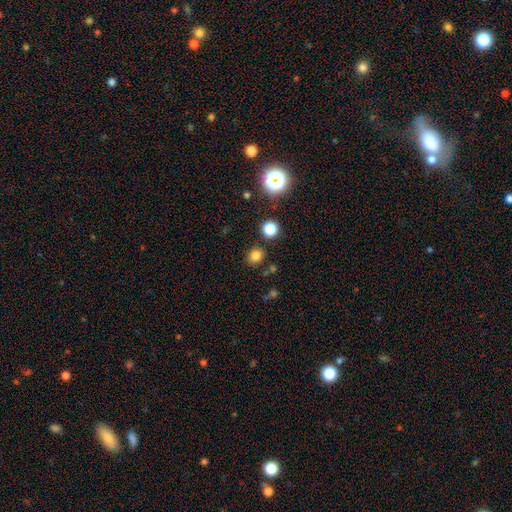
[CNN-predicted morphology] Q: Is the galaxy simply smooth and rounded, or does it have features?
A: smooth — 78%.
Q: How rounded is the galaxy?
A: round — 78%.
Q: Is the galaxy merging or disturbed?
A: none — 83%.